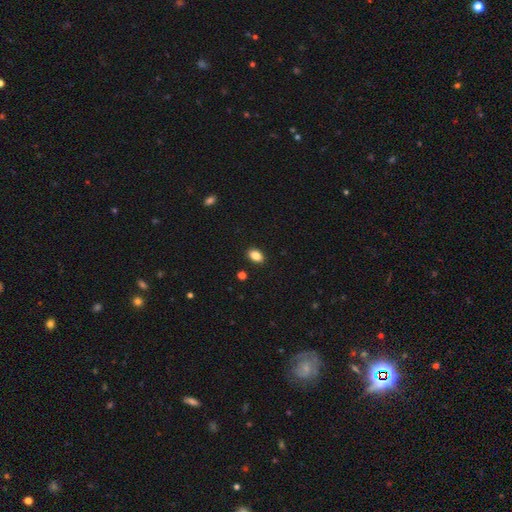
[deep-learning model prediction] Overall: smooth (85%). How rounded: in between (83%). Merging: none (89%).